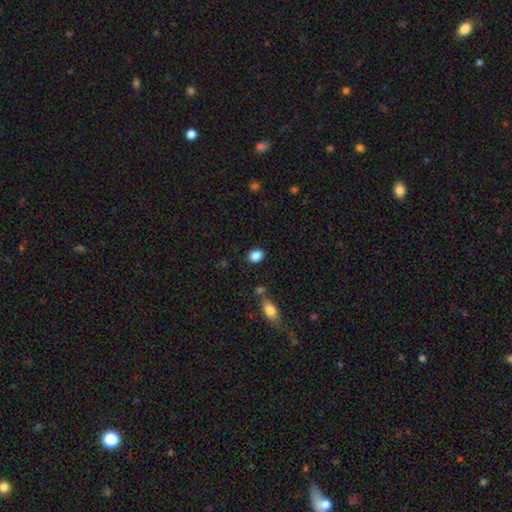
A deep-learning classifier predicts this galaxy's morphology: A smooth galaxy with no disk features (88%) that is in between round and cigar-shaped (59%). Merging: none (82%).